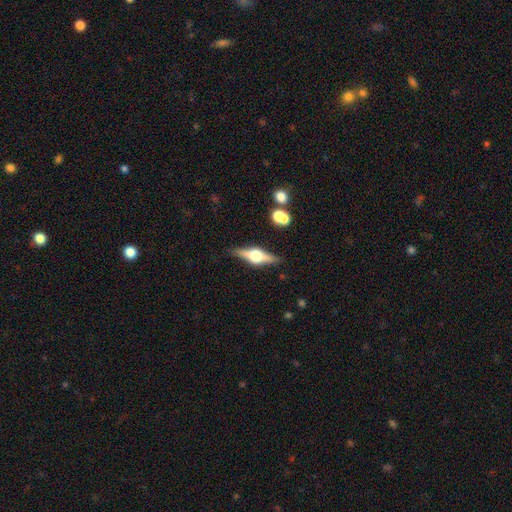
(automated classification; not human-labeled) A featured or disk galaxy (74%) viewed edge-on (97%) with a rounded central bulge (94%). Merging: none (87%).